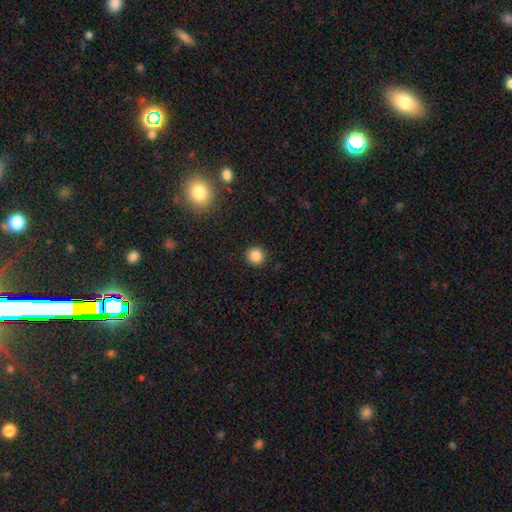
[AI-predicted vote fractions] A smooth galaxy with no disk features (85%) that is round (94%). Merging: none (92%).